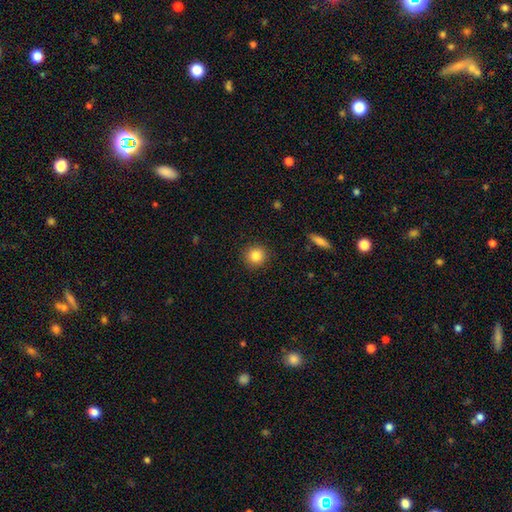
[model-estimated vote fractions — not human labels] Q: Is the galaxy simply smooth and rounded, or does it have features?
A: smooth — 84%.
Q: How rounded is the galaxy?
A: round — 94%.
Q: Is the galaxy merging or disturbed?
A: none — 91%.